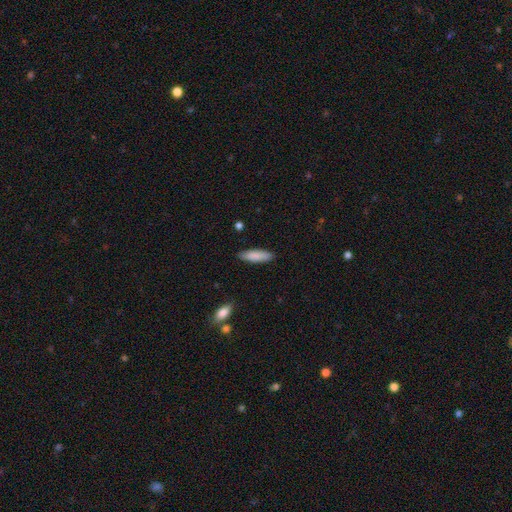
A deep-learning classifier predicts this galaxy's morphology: This appears to be a smooth galaxy with no disk features (87%) that is cigar-shaped (55%). Merging: none (88%).